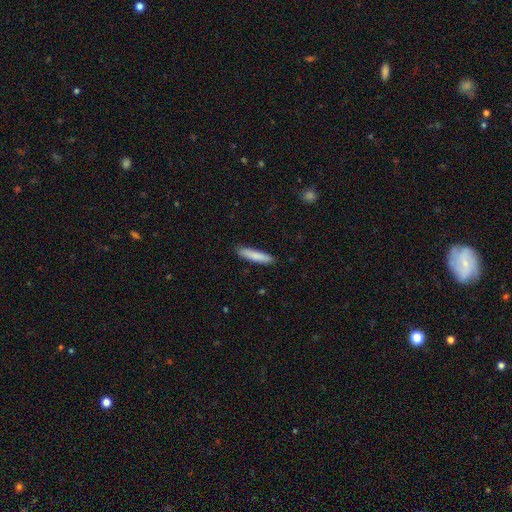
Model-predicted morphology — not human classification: smooth 84%, featured or disk 10%, star or artifact 6%. Down the decision tree: how rounded — cigar-shaped (87%); merging — none (89%).